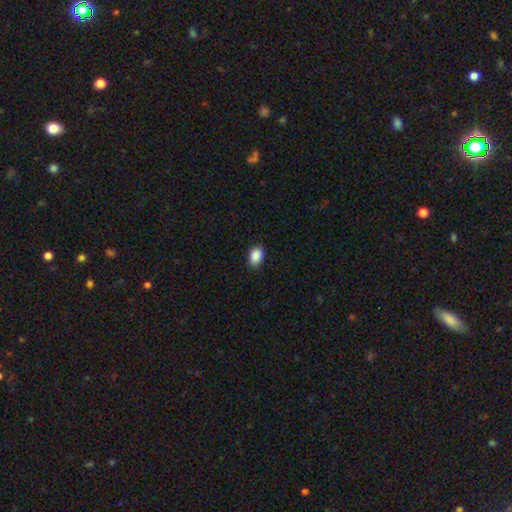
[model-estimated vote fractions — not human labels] smooth-or-featured: smooth: 90% | star or artifact: 7% | featured or disk: 3%
  how-rounded: in between: 80% | round: 18% | cigar-shaped: 1%
  merging: none: 87% | minor disturbance: 10% | major disturbance: 2% | merger: 1%